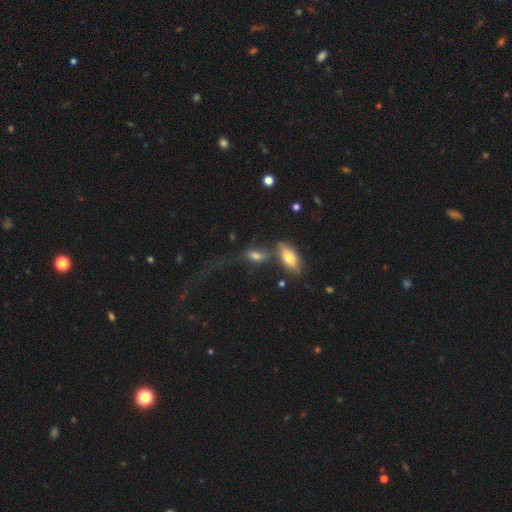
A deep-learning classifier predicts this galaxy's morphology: Smooth or featured? Predicted: smooth (p=0.70). How rounded? Predicted: in between (p=0.81). Merging? Predicted: none (p=0.34).